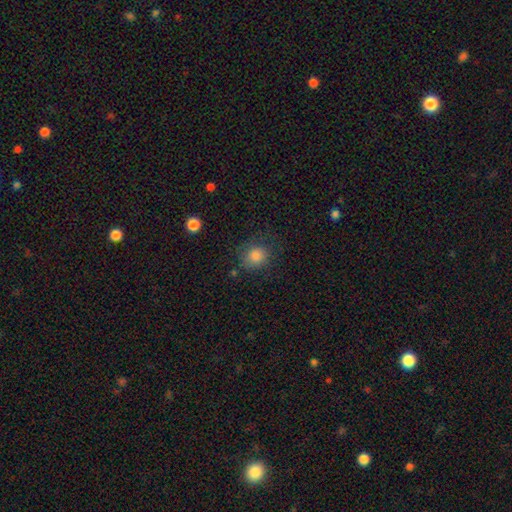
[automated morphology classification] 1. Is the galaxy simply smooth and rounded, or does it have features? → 83% smooth, 11% star or artifact, 5% featured or disk.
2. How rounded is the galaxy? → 80% round, 19% in between, 1% cigar-shaped.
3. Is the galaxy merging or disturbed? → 75% none, 16% minor disturbance, 6% major disturbance, 2% merger.